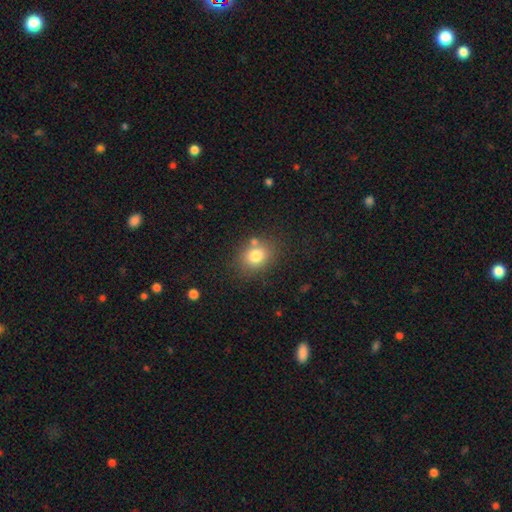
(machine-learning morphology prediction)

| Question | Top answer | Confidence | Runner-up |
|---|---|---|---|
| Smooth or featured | smooth | 79% | star or artifact (11%) |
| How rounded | round | 52% | in between (47%) |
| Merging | none | 72% | minor disturbance (13%) |